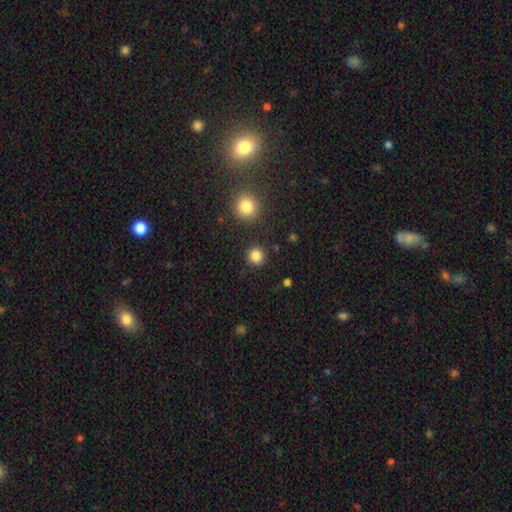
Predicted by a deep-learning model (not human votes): smooth_or_featured: smooth (p=0.85) [alt: star or artifact p=0.12]
how_rounded: round (p=0.93) [alt: in between p=0.06]
merging: none (p=0.90) [alt: minor disturbance p=0.06]